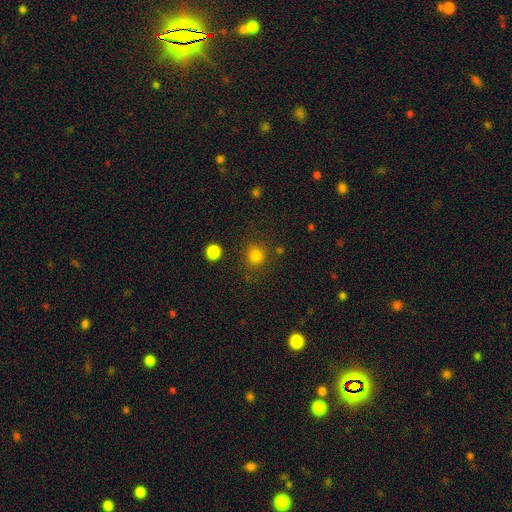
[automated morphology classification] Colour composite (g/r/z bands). It shows a smooth galaxy with no disk features (81%) that is round (91%). Merging: none (82%).